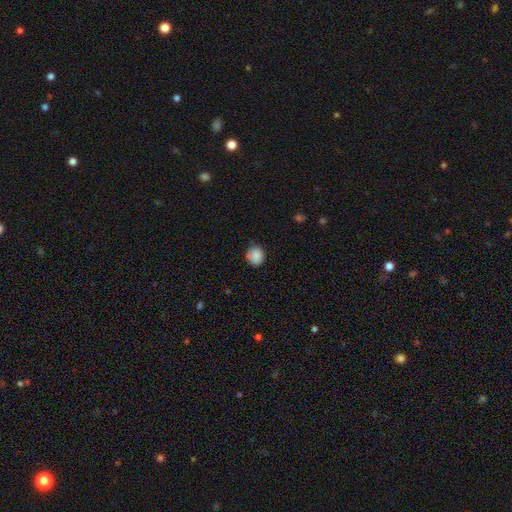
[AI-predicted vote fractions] Smooth or featured: smooth — 87% (star or artifact — 9%)
How rounded: round — 86% (in between — 13%)
Merging: none — 79% (minor disturbance — 17%)